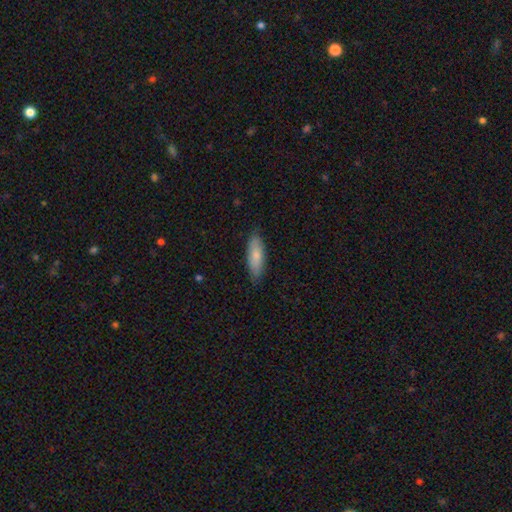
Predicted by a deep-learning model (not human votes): This appears to be a smooth galaxy with no disk features (76%) that is in between round and cigar-shaped (58%). Merging: none (82%).